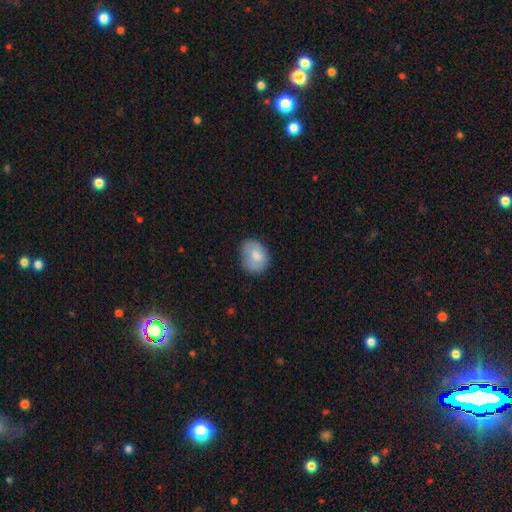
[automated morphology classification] Smooth or featured?
  - smooth: 76% *
  - featured or disk: 17%
  - star or artifact: 7%
How rounded?
  - round: 50% *
  - in between: 49%
  - cigar-shaped: 1%
Merging?
  - none: 66% *
  - minor disturbance: 24%
  - major disturbance: 8%
  - merger: 2%